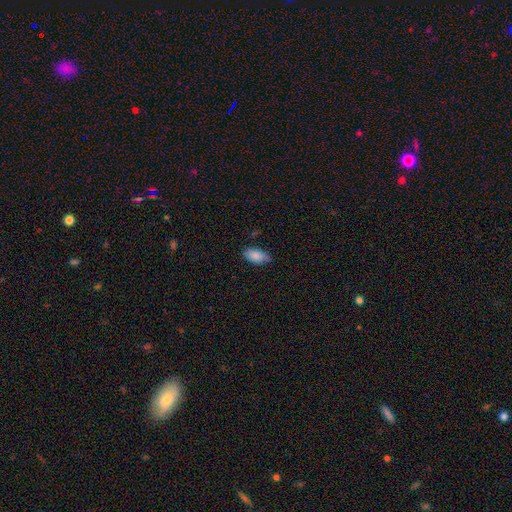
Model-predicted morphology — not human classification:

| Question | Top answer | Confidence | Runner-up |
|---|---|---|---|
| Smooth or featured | smooth | 86% | featured or disk (7%) |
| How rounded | in between | 92% | cigar-shaped (5%) |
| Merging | none | 72% | minor disturbance (23%) |